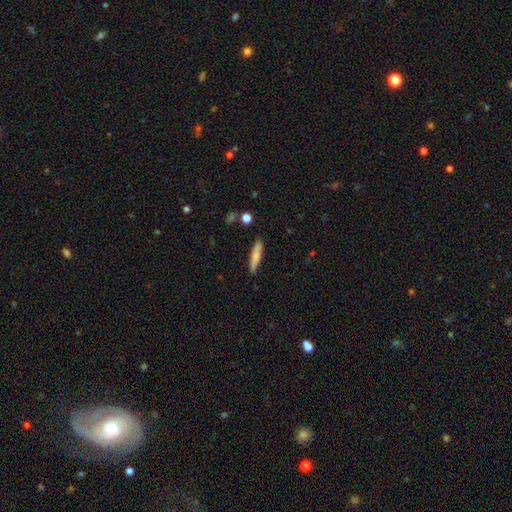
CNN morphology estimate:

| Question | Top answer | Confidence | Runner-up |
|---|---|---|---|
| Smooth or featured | smooth | 74% | featured or disk (20%) |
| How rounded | cigar-shaped | 87% | in between (11%) |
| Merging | none | 85% | minor disturbance (11%) |